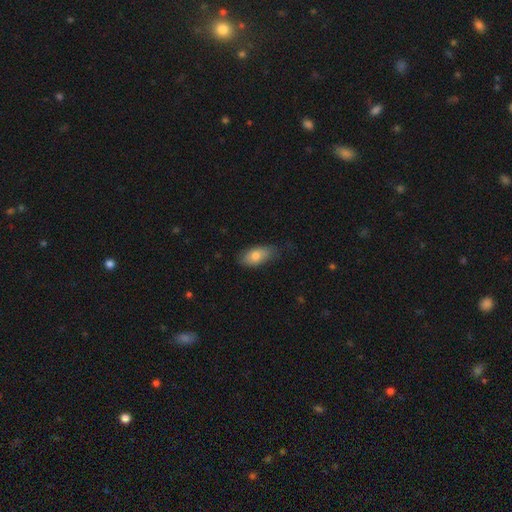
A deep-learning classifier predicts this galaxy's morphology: Smooth or featured? Predicted: smooth (p=0.79). How rounded? Predicted: in between (p=0.90). Merging? Predicted: none (p=0.64).